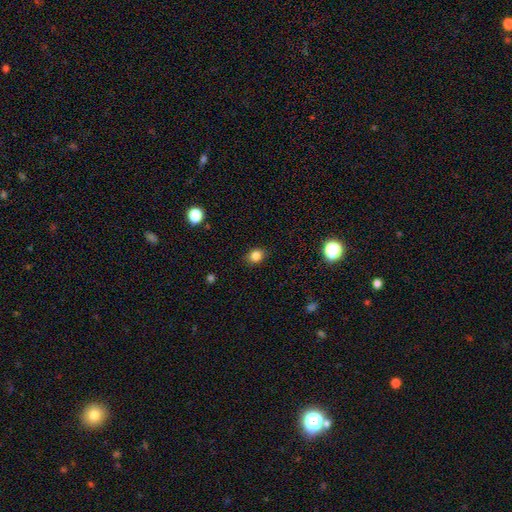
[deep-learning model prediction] smooth-or-featured: smooth: 84% | star or artifact: 12% | featured or disk: 5%
  how-rounded: round: 52% | in between: 47% | cigar-shaped: 1%
  merging: none: 87% | minor disturbance: 9% | major disturbance: 2% | merger: 1%